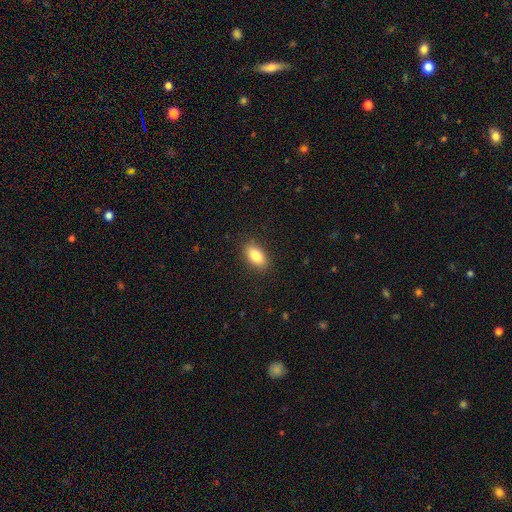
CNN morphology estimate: type=smooth (85%); roundness=in between (90%); merging=none (88%).